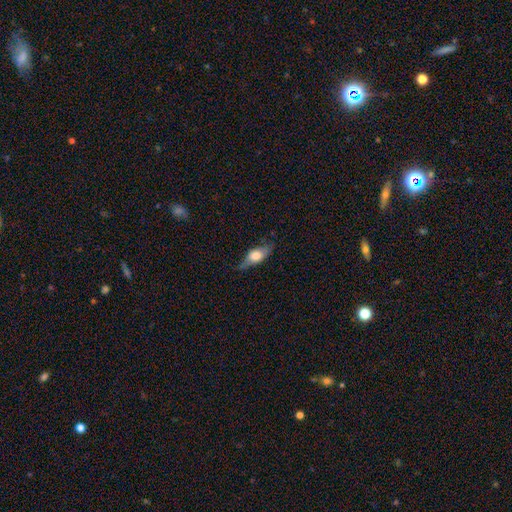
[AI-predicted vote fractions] smooth_or_featured: smooth (p=0.57) [alt: featured or disk p=0.36]
how_rounded: in between (p=0.72) [alt: cigar-shaped p=0.22]
merging: none (p=0.64) [alt: minor disturbance p=0.27]